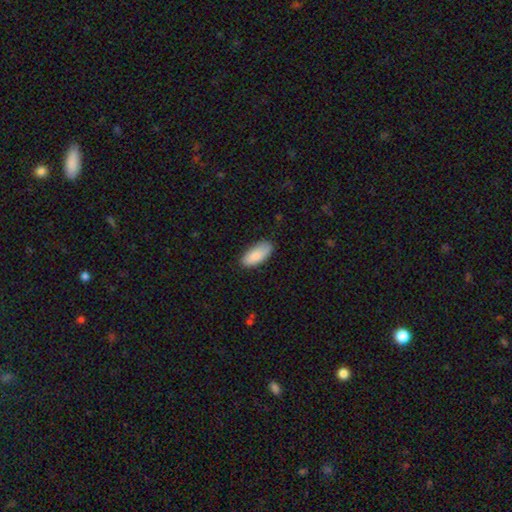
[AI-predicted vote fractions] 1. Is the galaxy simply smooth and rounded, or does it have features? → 87% smooth, 7% featured or disk, 6% star or artifact.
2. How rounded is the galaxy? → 88% in between, 10% cigar-shaped, 2% round.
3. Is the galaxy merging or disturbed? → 81% none, 15% minor disturbance, 2% major disturbance, 1% merger.